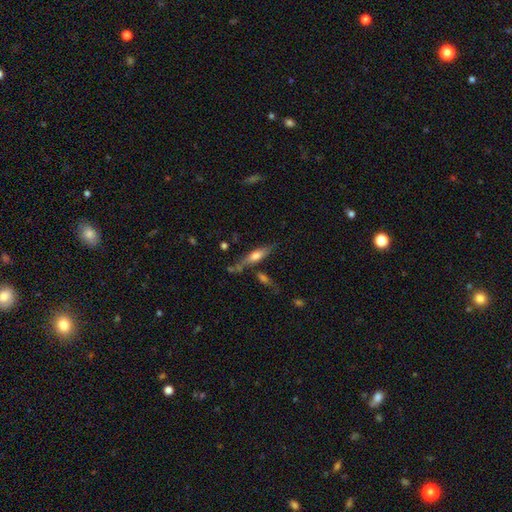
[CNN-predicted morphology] smooth-or-featured: featured or disk: 47% | smooth: 46% | star or artifact: 7%
  merging: none: 62% | minor disturbance: 18% | merger: 14% | major disturbance: 6%